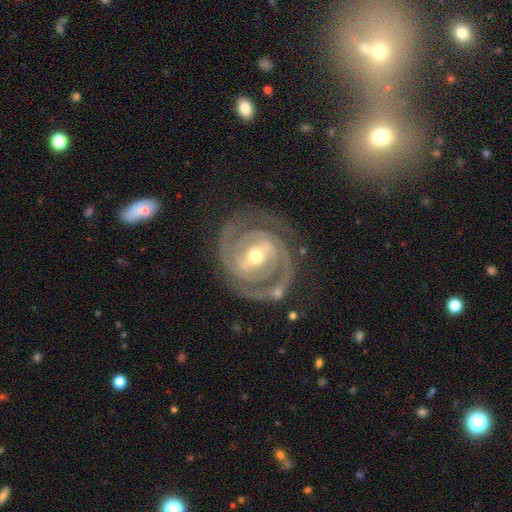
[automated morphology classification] featured or disk 90%, star or artifact 5%, smooth 5%. Down the decision tree: edge-on disk — no (97%); bar — strong (48%); spiral arms — yes (97%); spiral arm count — 2 (77%); spiral winding — tight (64%); bulge size — moderate (58%); merging — none (76%).